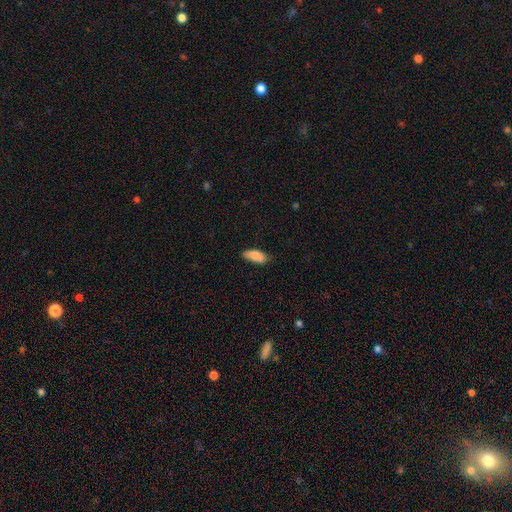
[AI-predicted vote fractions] The model was most divided on "merging": none: 78%, minor disturbance: 18%, major disturbance: 3%, merger: 1%. More confident: smooth or featured — smooth (85%); how rounded — in between (81%).